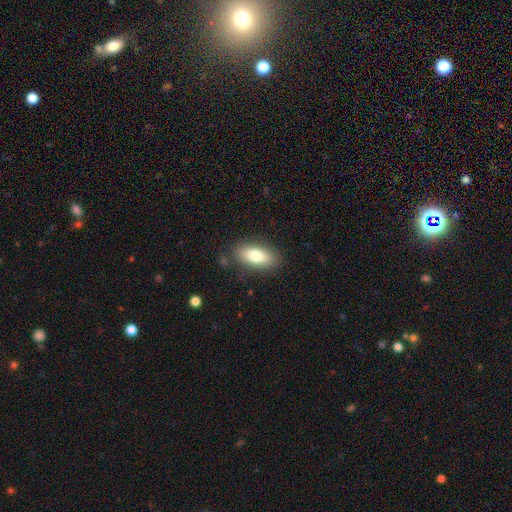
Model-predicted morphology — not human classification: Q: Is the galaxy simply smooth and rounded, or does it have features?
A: smooth — 78%.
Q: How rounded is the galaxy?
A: in between — 84%.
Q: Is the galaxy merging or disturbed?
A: none — 84%.